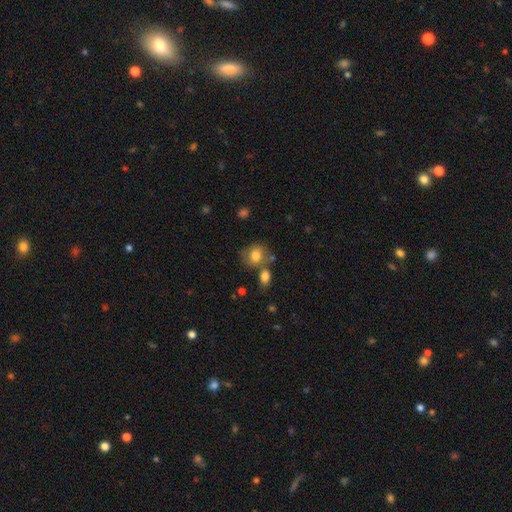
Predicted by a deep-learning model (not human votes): Overall: smooth (78%). How rounded: round (67%; in between 32%). Merging: none (58%; merger 20%).